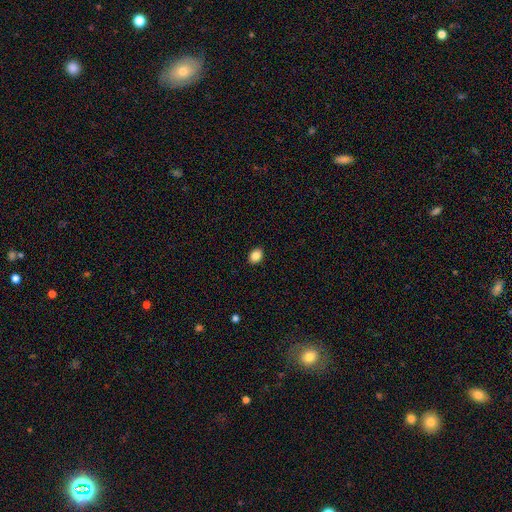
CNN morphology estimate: smooth 86%, star or artifact 9%, featured or disk 5%. Down the decision tree: how rounded — in between (65%); merging — none (90%).